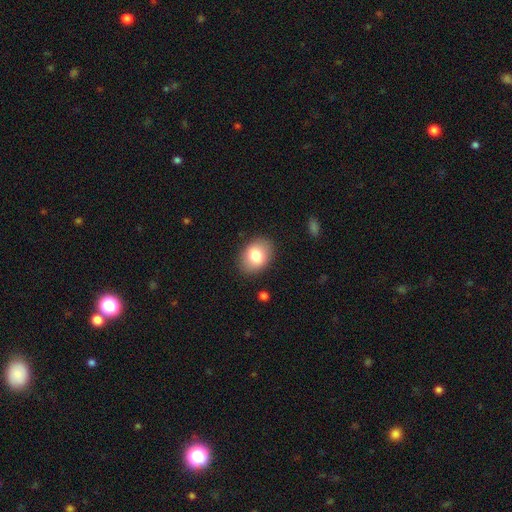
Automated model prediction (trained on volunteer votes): This is likely a smooth galaxy (79%). How rounded: likely in between (71%). Merging: clearly none (86%).